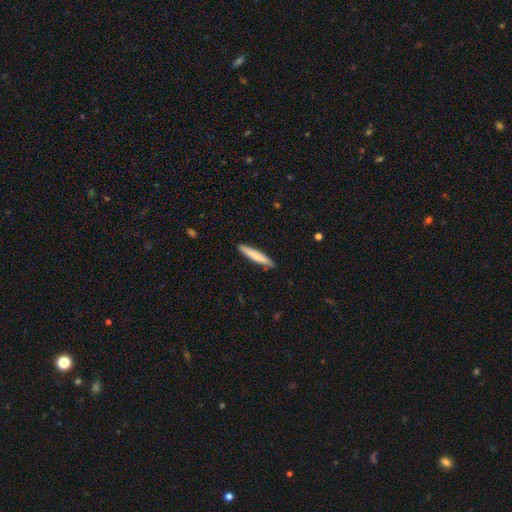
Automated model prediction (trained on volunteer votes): Smooth or featured? Predicted: smooth (p=0.76). How rounded? Predicted: cigar-shaped (p=0.93). Merging? Predicted: none (p=0.89).